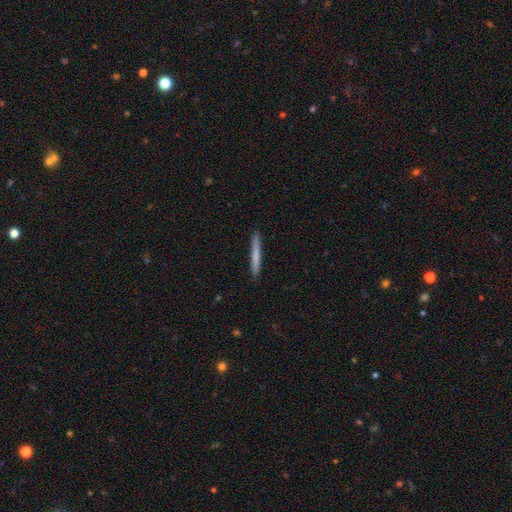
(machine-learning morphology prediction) Smooth or featured? smooth (68%)
How rounded? cigar-shaped (97%)
Merging? none (91%)